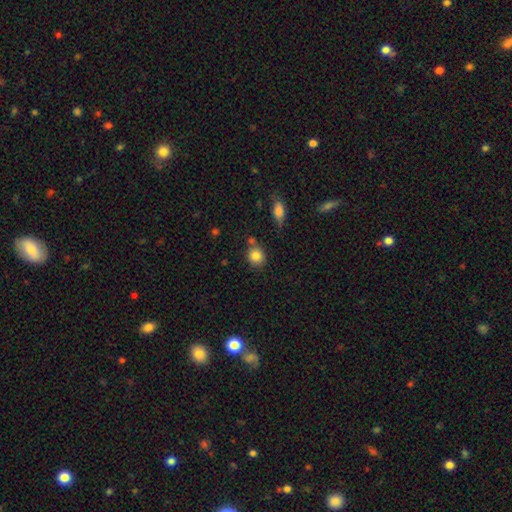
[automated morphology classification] Overall: smooth (84%). How rounded: round (78%). Merging: none (72%).